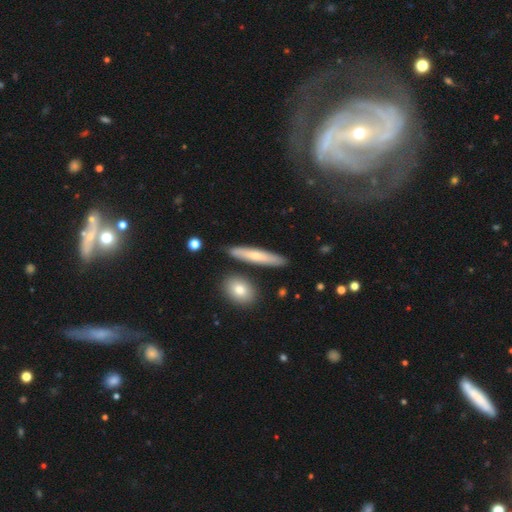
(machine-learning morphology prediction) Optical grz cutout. It shows a smooth galaxy with no disk features (60%) that is cigar-shaped (87%). Merging: none (85%).